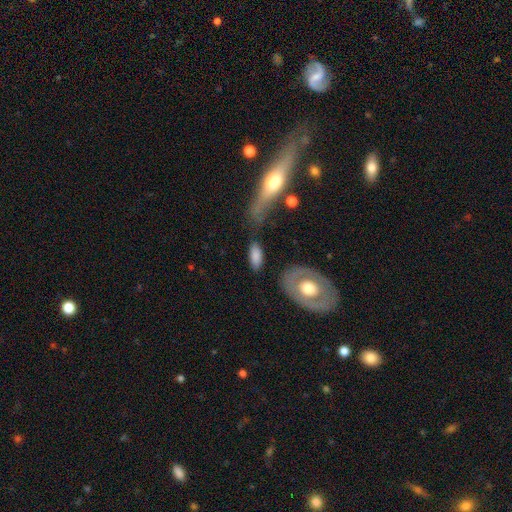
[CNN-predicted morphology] This appears to be a smooth galaxy with no disk features (79%) that is in between round and cigar-shaped (84%). Merging: none (71%).